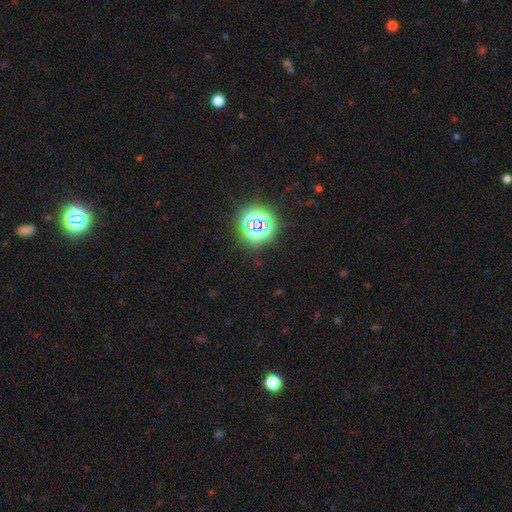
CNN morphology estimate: type=star or artifact (71%).